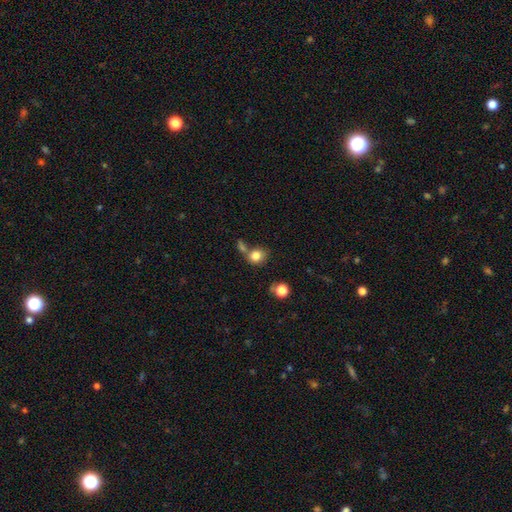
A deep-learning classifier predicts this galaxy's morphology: Overall: smooth (81%). How rounded: round (66%; in between 32%). Merging: none (50%; merger 29%).